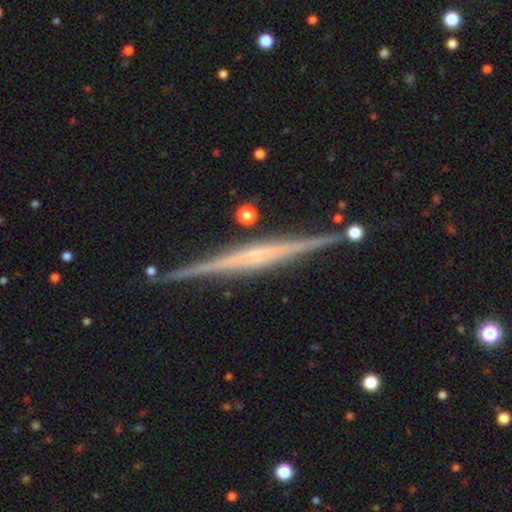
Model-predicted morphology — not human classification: This is clearly a featured or disk galaxy (82%). It is clearly viewed edge-on (98%). Edge-on bulge: marginally none (41%). Merging: clearly none (89%).